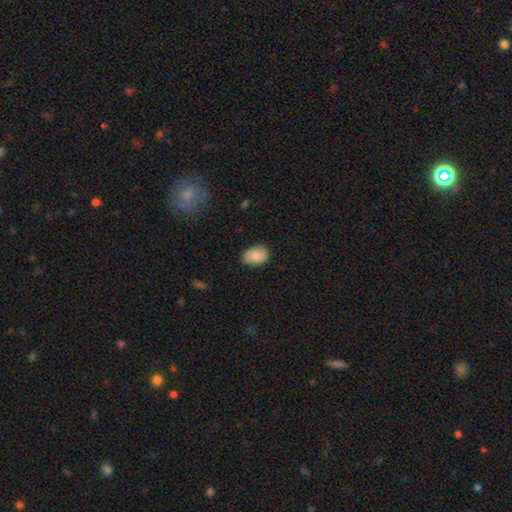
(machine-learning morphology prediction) A smooth galaxy with no disk features (85%) that is in between round and cigar-shaped (76%). Merging: none (80%).